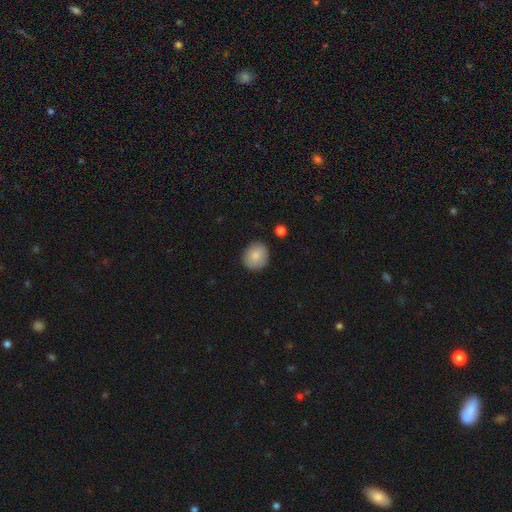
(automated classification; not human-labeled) smooth 86%, featured or disk 7%, star or artifact 7%. Down the decision tree: how rounded — round (81%); merging — none (86%).